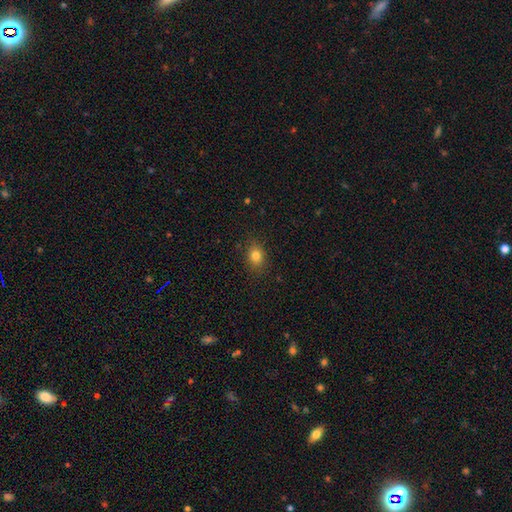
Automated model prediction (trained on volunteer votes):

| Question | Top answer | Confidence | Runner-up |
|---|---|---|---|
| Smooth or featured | smooth | 80% | star or artifact (12%) |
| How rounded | in between | 58% | round (40%) |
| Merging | none | 86% | minor disturbance (10%) |